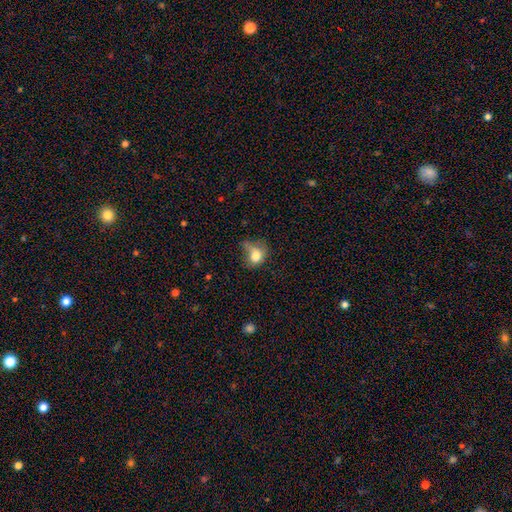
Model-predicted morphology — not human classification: Smooth or featured?
  - smooth: 76% *
  - featured or disk: 13%
  - star or artifact: 11%
How rounded?
  - in between: 52% *
  - round: 47%
  - cigar-shaped: 1%
Merging?
  - minor disturbance: 33% * (tied)
  - none: 33% * (tied)
  - major disturbance: 24%
  - merger: 10%